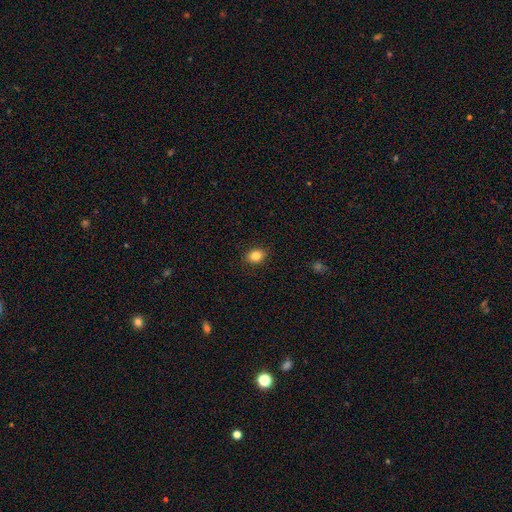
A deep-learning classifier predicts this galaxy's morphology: This is clearly a smooth galaxy (84%). How rounded: possibly in between (59%). Merging: clearly none (88%).